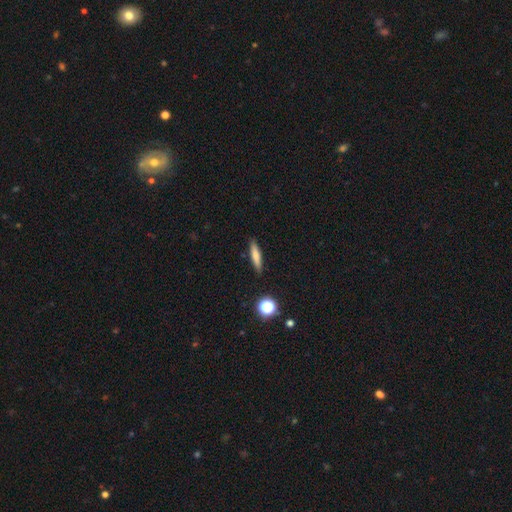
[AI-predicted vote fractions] This is likely a smooth galaxy (68%). How rounded: clearly cigar-shaped (82%). Merging: clearly none (89%).